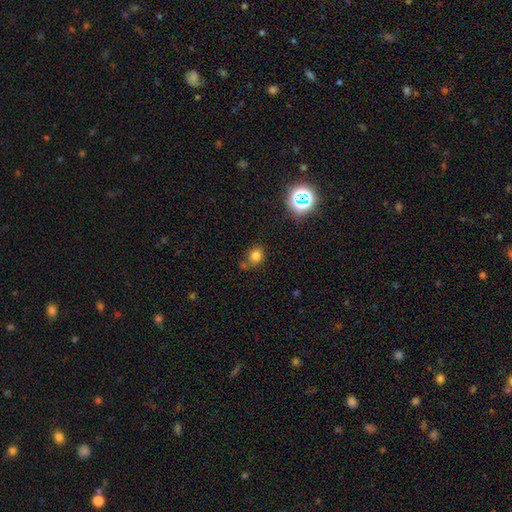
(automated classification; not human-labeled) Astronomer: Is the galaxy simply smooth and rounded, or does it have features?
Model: smooth — 77%.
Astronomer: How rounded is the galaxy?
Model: round — 69%.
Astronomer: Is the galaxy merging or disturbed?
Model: none — 65%.